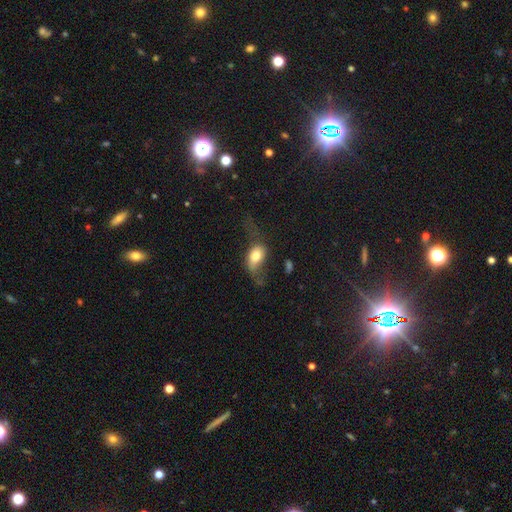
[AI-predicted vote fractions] This is likely a smooth galaxy (68%). How rounded: clearly in between (83%). Merging: marginally major disturbance (39%).